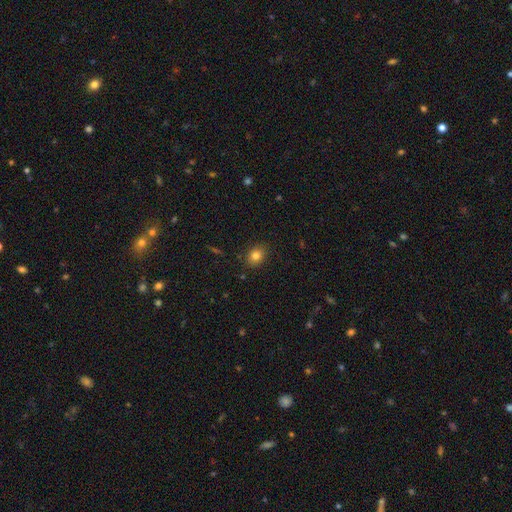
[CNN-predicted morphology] This is clearly a smooth galaxy (81%). How rounded: possibly in between (52%). Merging: clearly none (87%).